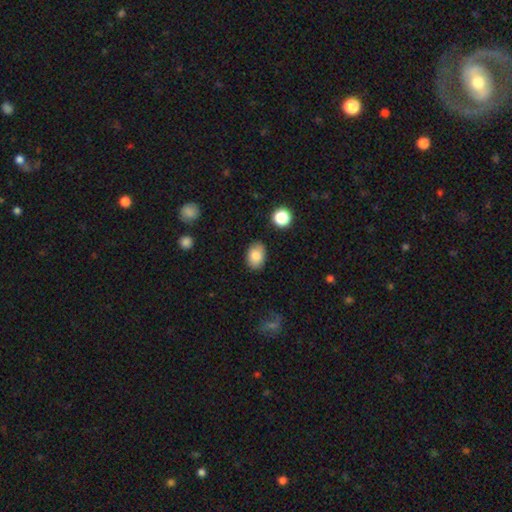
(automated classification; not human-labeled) A smooth galaxy with no disk features (85%) that is in between round and cigar-shaped (80%). Merging: none (83%).